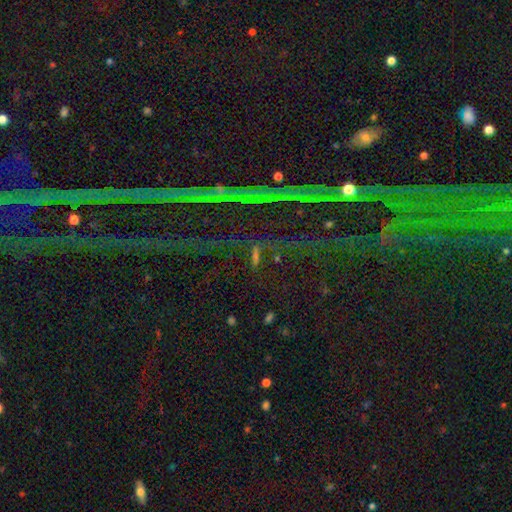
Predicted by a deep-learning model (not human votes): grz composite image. It shows a star or artifact, not a galaxy (63%).